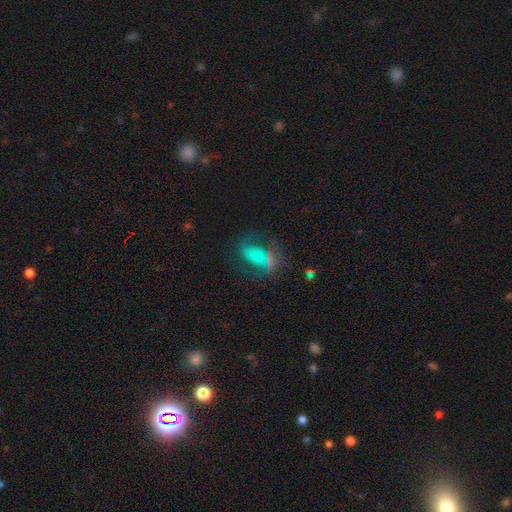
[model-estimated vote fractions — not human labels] smooth_or_featured: featured or disk (p=0.45) [alt: smooth p=0.38]
merging: none (p=0.42) [alt: major disturbance p=0.20]